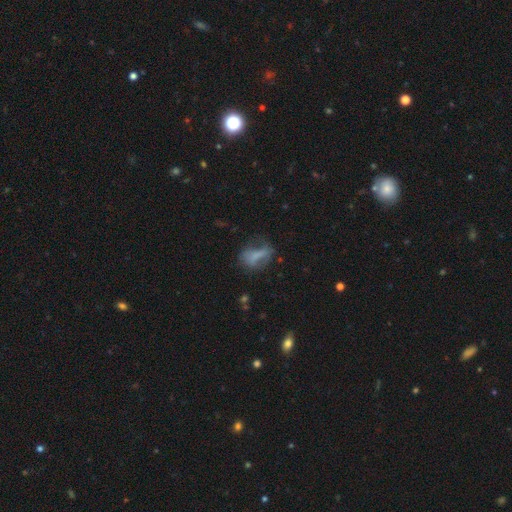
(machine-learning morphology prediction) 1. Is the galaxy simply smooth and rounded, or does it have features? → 59% smooth, 28% featured or disk, 13% star or artifact.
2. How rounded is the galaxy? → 72% in between, 15% cigar-shaped, 13% round.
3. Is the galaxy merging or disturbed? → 39% none, 28% minor disturbance, 28% major disturbance, 6% merger.